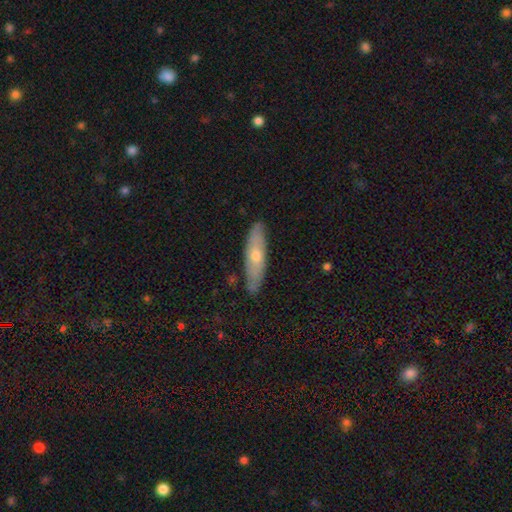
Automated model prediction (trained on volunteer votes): Smooth or featured: smooth — 48% (featured or disk — 47%)
Merging: none — 83% (minor disturbance — 14%)